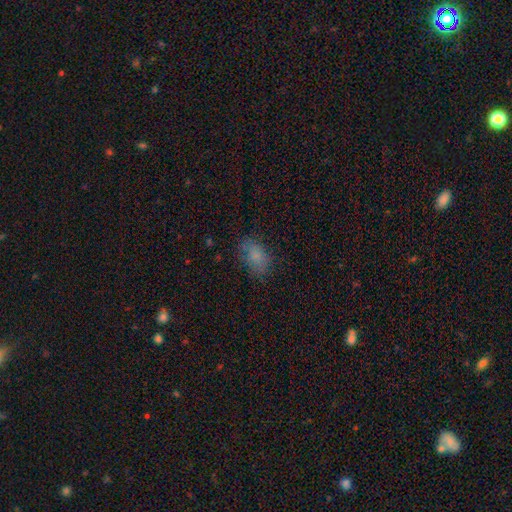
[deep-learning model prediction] This is likely a smooth galaxy (80%). How rounded: clearly in between (83%). Merging: likely none (73%).